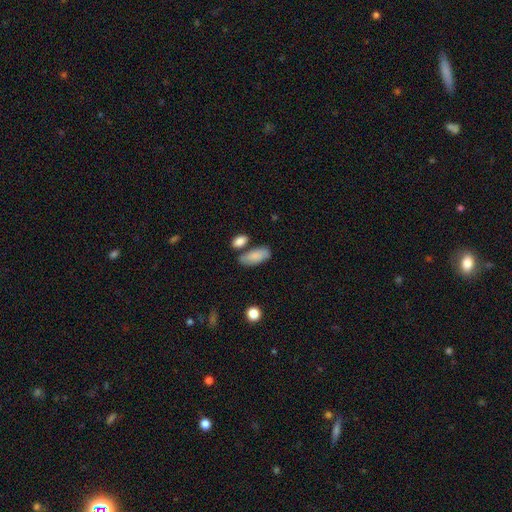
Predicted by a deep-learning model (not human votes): smooth_or_featured: smooth (p=0.83) [alt: featured or disk p=0.10]
how_rounded: in between (p=0.88) [alt: cigar-shaped p=0.09]
merging: none (p=0.62) [alt: minor disturbance p=0.18]